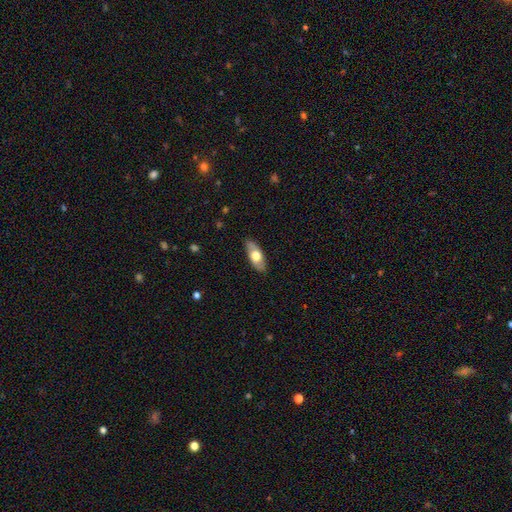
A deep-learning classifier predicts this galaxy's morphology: smooth-or-featured: smooth: 60% | featured or disk: 35% | star or artifact: 5%
  how-rounded: in between: 82% | cigar-shaped: 15% | round: 3%
  merging: none: 87% | minor disturbance: 10% | major disturbance: 2% | merger: 1%